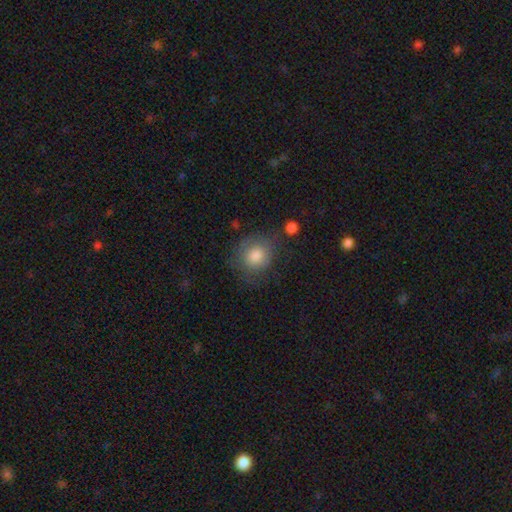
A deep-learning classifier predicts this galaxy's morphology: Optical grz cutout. It shows a smooth galaxy with no disk features (80%) that is round (72%). Merging: none (65%).